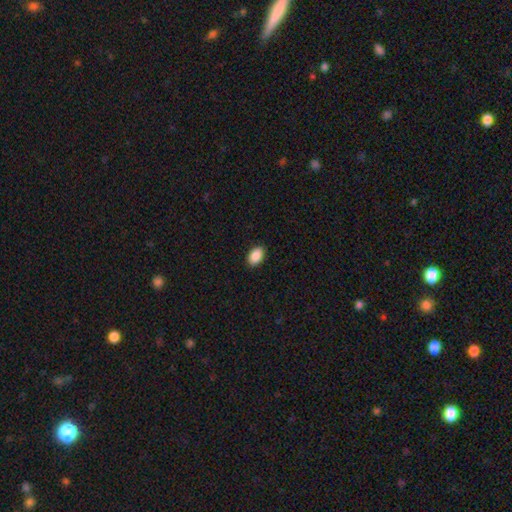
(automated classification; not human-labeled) Smooth or featured? Predicted: smooth (p=0.90). How rounded? Predicted: in between (p=0.91). Merging? Predicted: none (p=0.90).